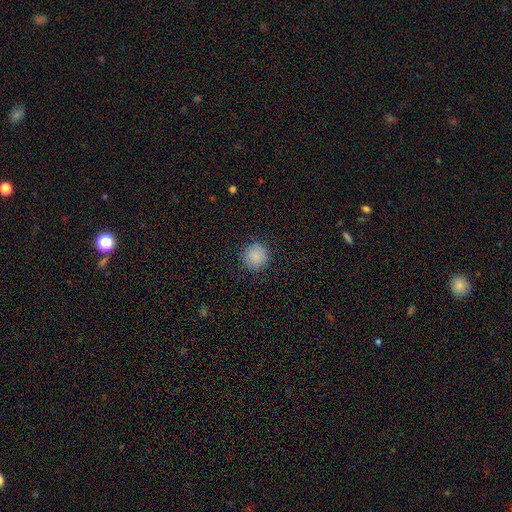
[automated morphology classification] smooth 87%, star or artifact 9%, featured or disk 4%. Down the decision tree: how rounded — round (94%); merging — none (89%).